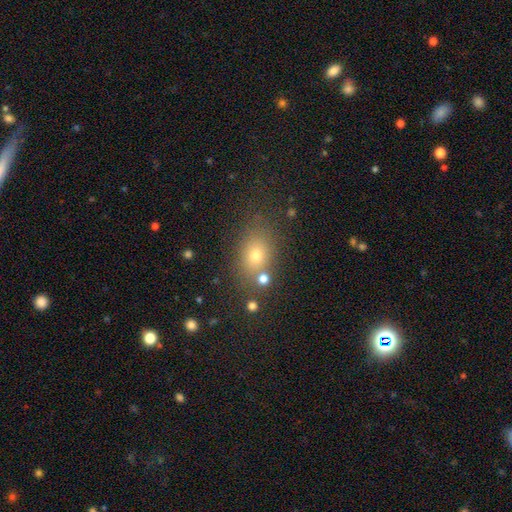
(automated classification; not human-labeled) A smooth galaxy with no disk features (70%) that is in between round and cigar-shaped (60%). Merging: none (74%).